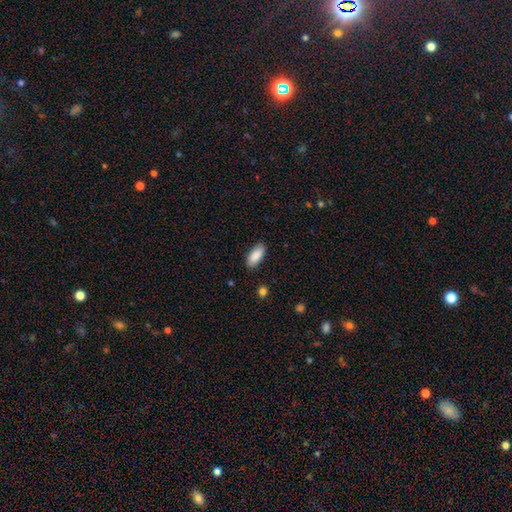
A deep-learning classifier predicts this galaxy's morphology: A smooth galaxy with no disk features (89%) that is in between round and cigar-shaped (85%).

Vote fractions:
- Smooth or featured? smooth: 89% / star or artifact: 6% / featured or disk: 5%
- How rounded? in between: 85% / cigar-shaped: 13% / round: 2%
- Merging? none: 86% / minor disturbance: 10% / major disturbance: 2% / merger: 1%